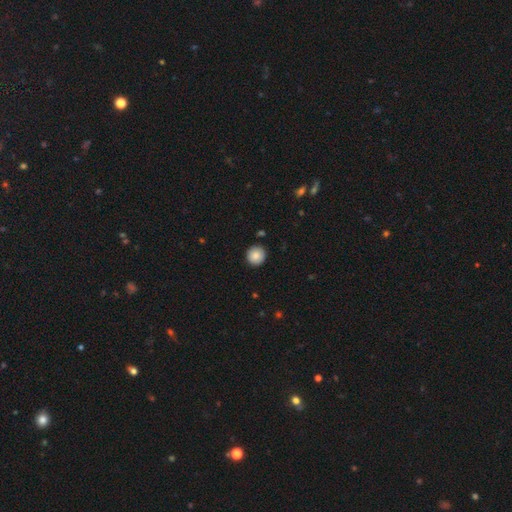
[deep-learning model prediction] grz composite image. It shows a smooth galaxy with no disk features (85%) that is round (94%). Merging: none (90%).